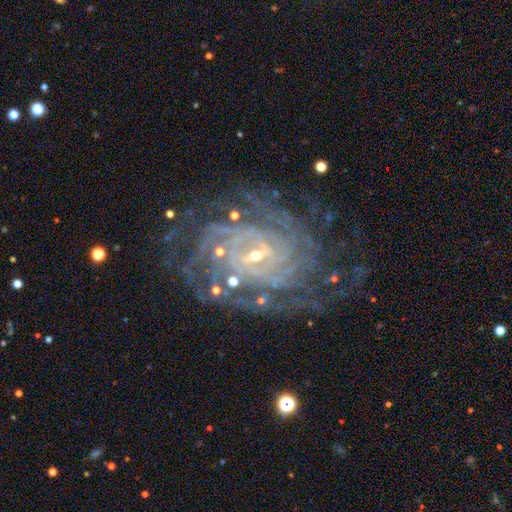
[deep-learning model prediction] smooth_or_featured: featured or disk (p=0.90) [alt: star or artifact p=0.06]
disk_edge_on: no (p=0.97) [alt: yes p=0.03]
bar: weak (p=0.45) [alt: no p=0.34]
has_spiral_arms: yes (p=0.98) [alt: no p=0.02]
spiral_winding: tight (p=0.78) [alt: medium p=0.18]
spiral_arm_count: can't tell (p=0.24) [alt: more than 4 p=0.23]
bulge_size: small (p=0.79) [alt: moderate p=0.17]
merging: none (p=0.73) [alt: minor disturbance p=0.17]